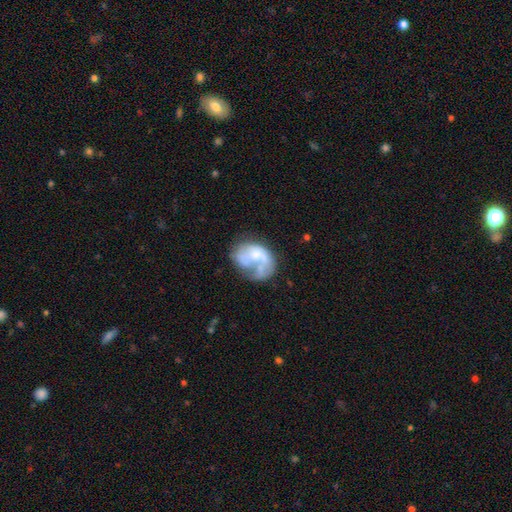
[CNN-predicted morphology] Smooth or featured: featured or disk — 58% (smooth — 35%)
Edge-on disk: no — 98% (yes — 2%)
Bar: no — 81% (weak — 16%)
Spiral arms: no — 58% (yes — 42%)
Bulge size: moderate — 34% (small — 31%)
Merging: major disturbance — 33% (none — 29%)